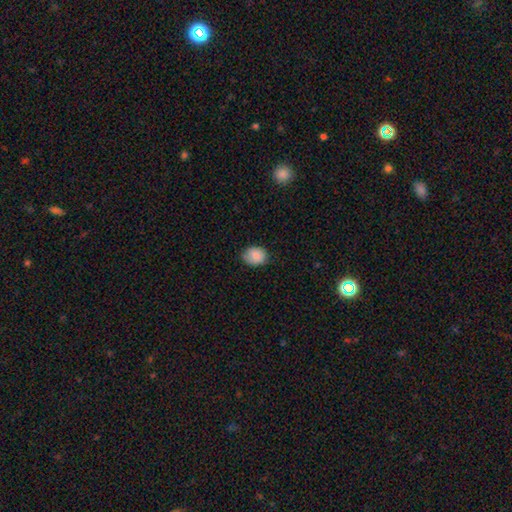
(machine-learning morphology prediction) A smooth galaxy with no disk features (87%) that is in between round and cigar-shaped (54%).

Vote fractions:
- Smooth or featured? smooth: 87% / star or artifact: 8% / featured or disk: 5%
- How rounded? in between: 54% / round: 45% / cigar-shaped: 1%
- Merging? none: 77% / minor disturbance: 19% / major disturbance: 3% / merger: 1%